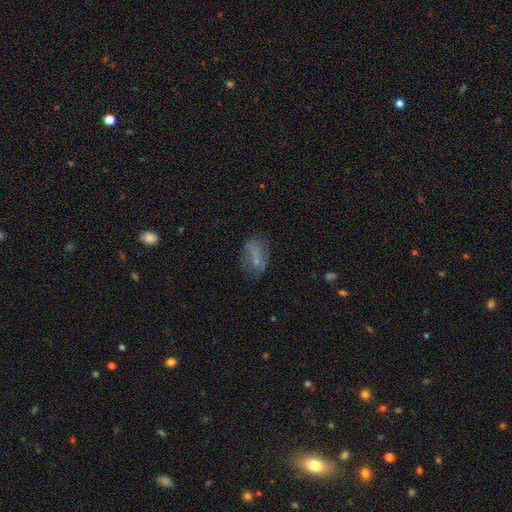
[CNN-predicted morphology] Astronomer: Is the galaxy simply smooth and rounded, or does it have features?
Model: smooth — 55%.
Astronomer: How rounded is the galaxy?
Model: in between — 83%.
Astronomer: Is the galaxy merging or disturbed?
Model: none — 54%.